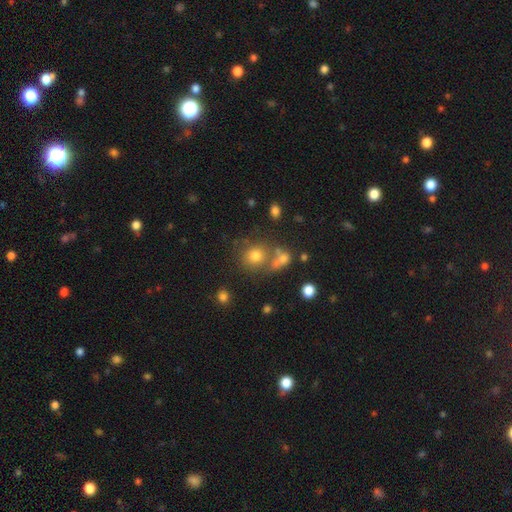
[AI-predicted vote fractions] Smooth or featured? smooth (72%)
How rounded? round (82%)
Merging? none (60%)